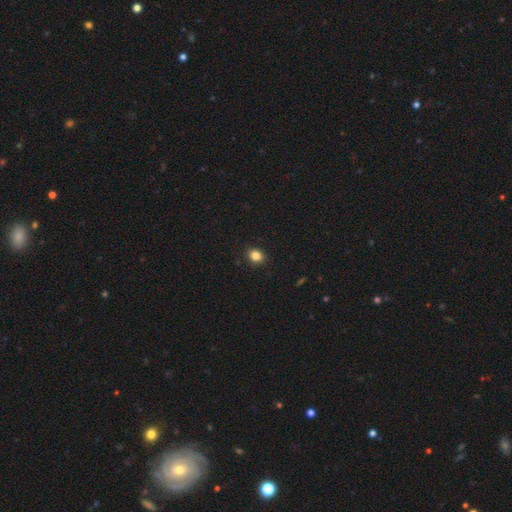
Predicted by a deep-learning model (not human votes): Morphology: type=smooth (84%); roundness=round (61%); merging=none (90%).